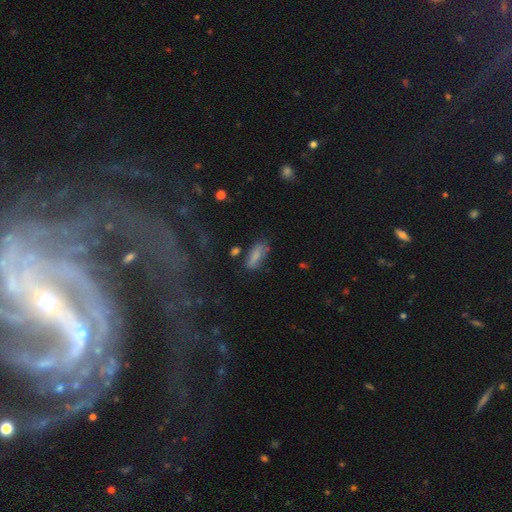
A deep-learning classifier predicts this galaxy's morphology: Smooth or featured? Predicted: smooth (p=0.78). How rounded? Predicted: in between (p=0.61). Merging? Predicted: none (p=0.69).